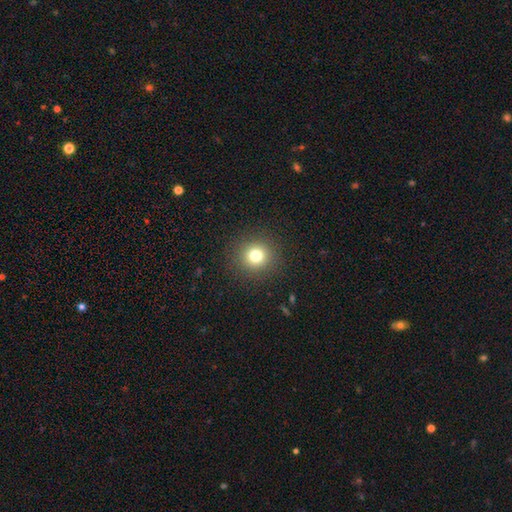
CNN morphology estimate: Smooth or featured? Predicted: smooth (p=0.78). How rounded? Predicted: round (p=0.93). Merging? Predicted: none (p=0.90).